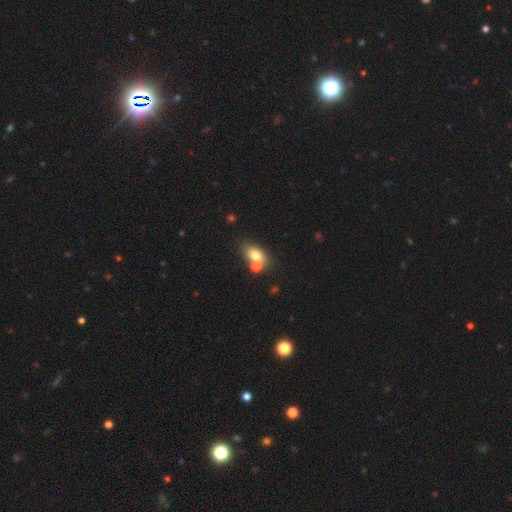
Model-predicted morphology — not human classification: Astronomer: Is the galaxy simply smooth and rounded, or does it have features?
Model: smooth — 73%.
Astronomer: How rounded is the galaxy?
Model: in between — 78%.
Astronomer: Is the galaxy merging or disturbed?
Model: none — 50% (runner-up: merger, 35%).